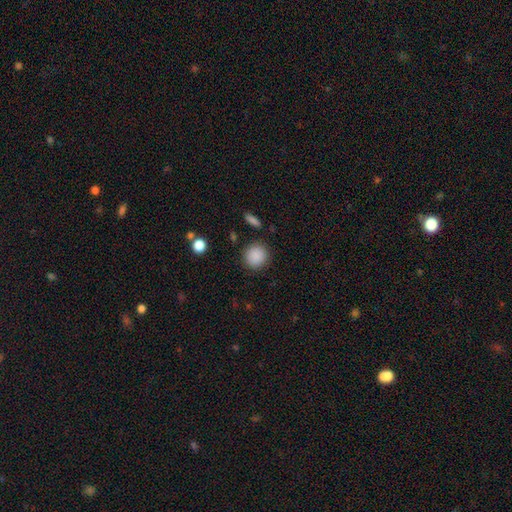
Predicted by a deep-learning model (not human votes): Overall: smooth (89%). How rounded: round (90%). Merging: none (88%).